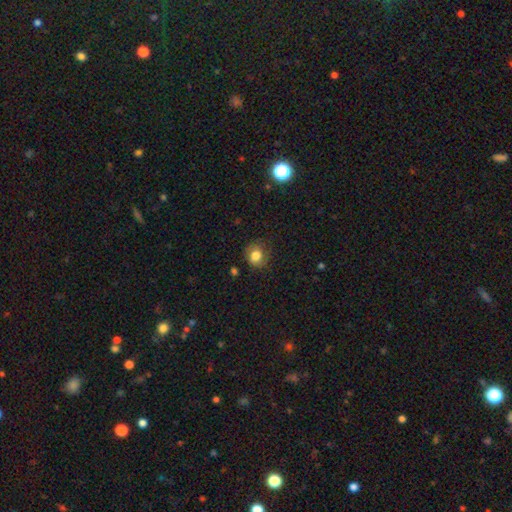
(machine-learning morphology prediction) type=smooth (80%); roundness=round (75%); merging=none (74%).